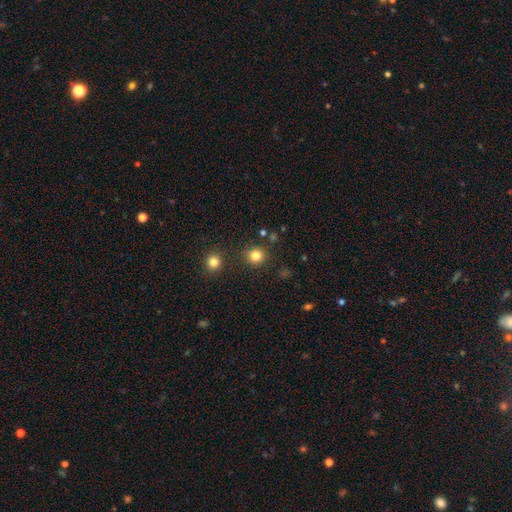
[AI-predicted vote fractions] Smooth or featured? Predicted: smooth (p=0.82). How rounded? Predicted: round (p=0.91). Merging? Predicted: none (p=0.87).